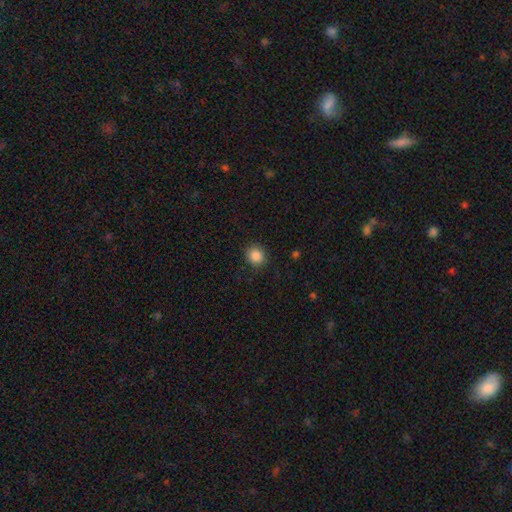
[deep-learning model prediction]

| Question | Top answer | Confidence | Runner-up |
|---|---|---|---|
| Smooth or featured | smooth | 87% | star or artifact (10%) |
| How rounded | round | 83% | in between (16%) |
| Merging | none | 89% | minor disturbance (8%) |